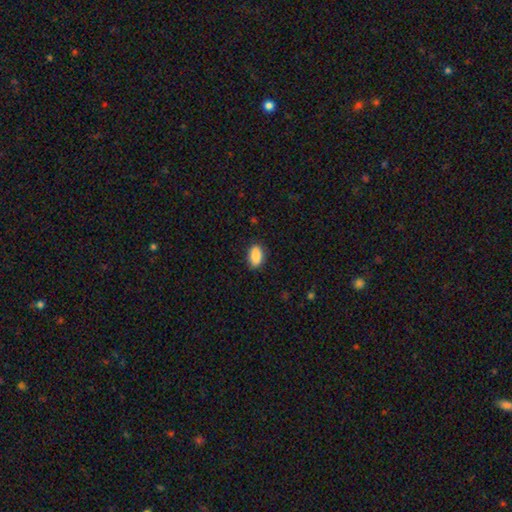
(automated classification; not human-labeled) smooth_or_featured: smooth (p=0.89) [alt: star or artifact p=0.07]
how_rounded: in between (p=0.91) [alt: round p=0.06]
merging: none (p=0.87) [alt: minor disturbance p=0.10]